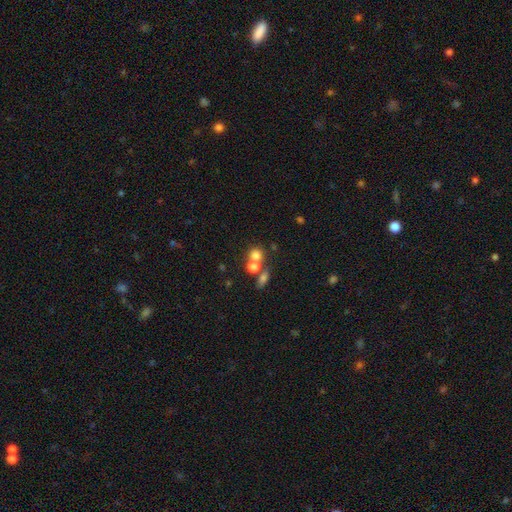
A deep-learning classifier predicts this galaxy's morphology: Smooth or featured: smooth — 74% (star or artifact — 14%)
How rounded: round — 81% (in between — 18%)
Merging: none — 49% (merger — 40%)